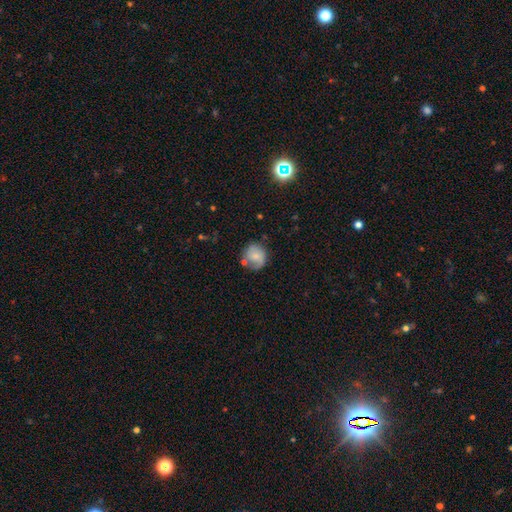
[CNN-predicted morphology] type=smooth (59%); roundness=round (81%); merging=none (61%).